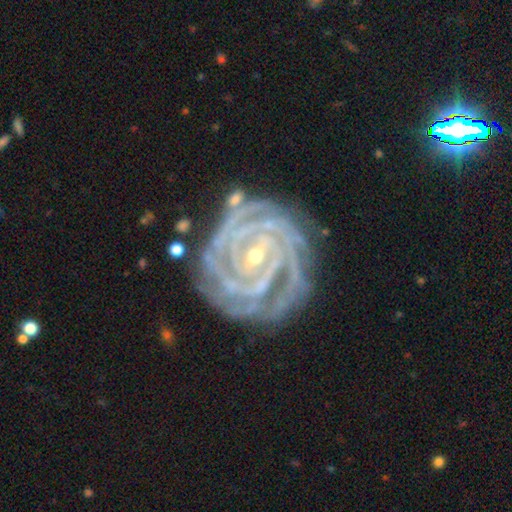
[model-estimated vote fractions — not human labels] Smooth or featured?
  - featured or disk: 93% *
  - star or artifact: 4%
  - smooth: 3%
Edge-on disk?
  - no: 97% *
  - yes: 3%
Bar?
  - weak: 41% *
  - strong: 35%
  - no: 24%
Spiral arms?
  - yes: 99% *
  - no: 1%
Spiral winding?
  - tight: 84% *
  - medium: 14%
  - loose: 2%
Spiral arm count?
  - 4: 28% *
  - 3: 26%
  - 2: 16%
  - can't tell: 14%
  - more than 4: 9%
  - 1: 6%
Bulge size?
  - small: 64% *
  - moderate: 33%
  - large: 1%
  - none: 1%
  - dominant: 1%
Merging?
  - none: 72% *
  - minor disturbance: 20%
  - major disturbance: 6%
  - merger: 2%